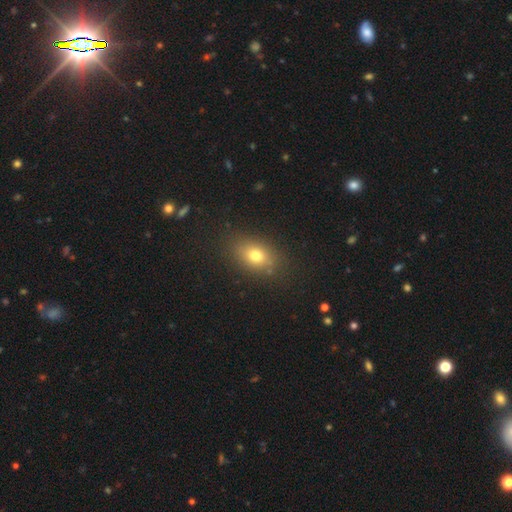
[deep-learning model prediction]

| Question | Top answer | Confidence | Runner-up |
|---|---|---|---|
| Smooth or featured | smooth | 75% | star or artifact (13%) |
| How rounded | in between | 73% | round (25%) |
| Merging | none | 83% | minor disturbance (11%) |